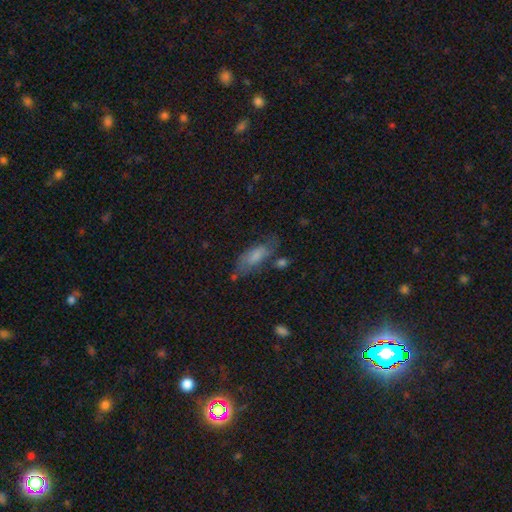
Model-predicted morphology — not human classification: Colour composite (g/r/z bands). It shows a smooth galaxy with no disk features (64%) that is in between round and cigar-shaped (76%). Merging: none (55%).